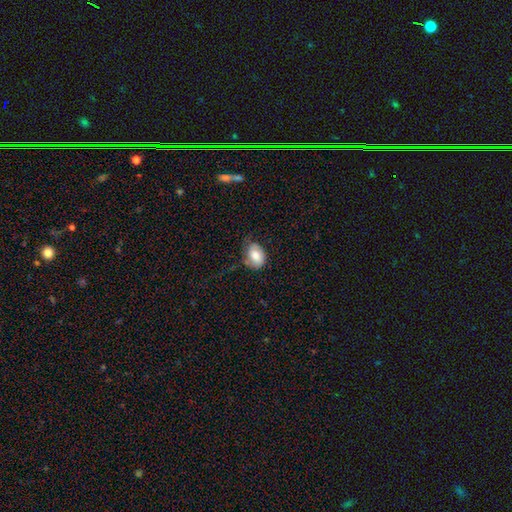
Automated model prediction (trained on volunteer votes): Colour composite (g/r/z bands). It shows a smooth galaxy with no disk features (76%) that is in between round and cigar-shaped (76%). Merging: none (49%).